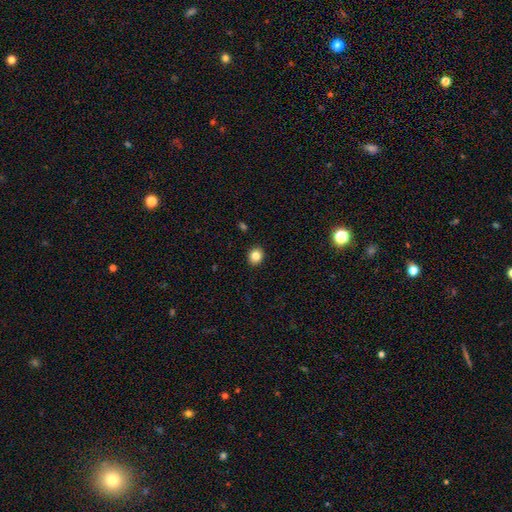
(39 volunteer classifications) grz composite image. It shows a smooth galaxy with no disk features (85%) that is round (76%). Merging: none (97%).